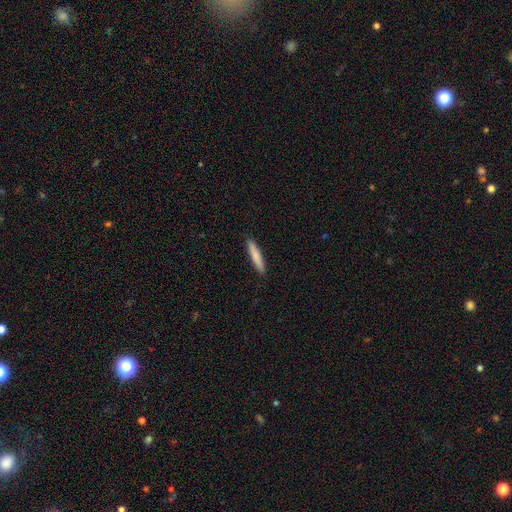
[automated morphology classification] smooth-or-featured: smooth: 79% | featured or disk: 16% | star or artifact: 5%
  how-rounded: cigar-shaped: 92% | in between: 7% | round: 1%
  merging: none: 91% | minor disturbance: 7% | major disturbance: 1% | merger: 1%